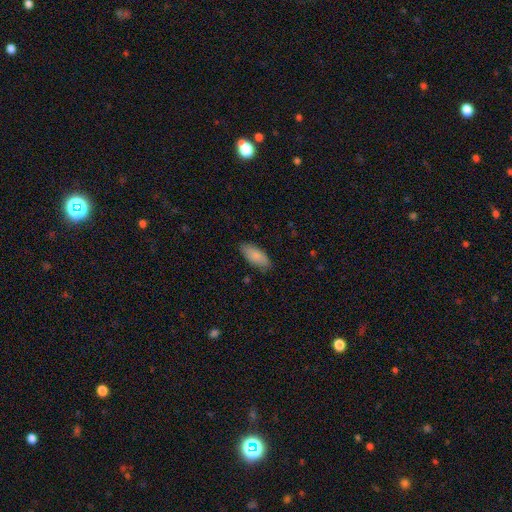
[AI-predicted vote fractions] Smooth or featured? smooth (84%)
How rounded? in between (87%)
Merging? none (84%)